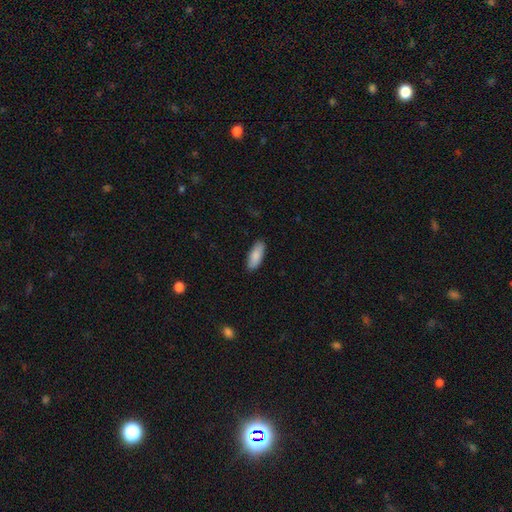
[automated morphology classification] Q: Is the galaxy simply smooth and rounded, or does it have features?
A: smooth — 88%.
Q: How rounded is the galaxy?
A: in between — 77%.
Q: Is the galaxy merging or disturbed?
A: none — 89%.